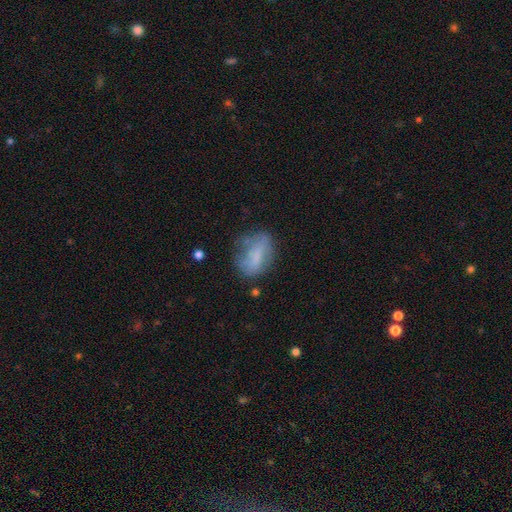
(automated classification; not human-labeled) smooth_or_featured: smooth (p=0.62) [alt: featured or disk p=0.29]
how_rounded: in between (p=0.76) [alt: round p=0.21]
merging: none (p=0.50) [alt: minor disturbance p=0.30]